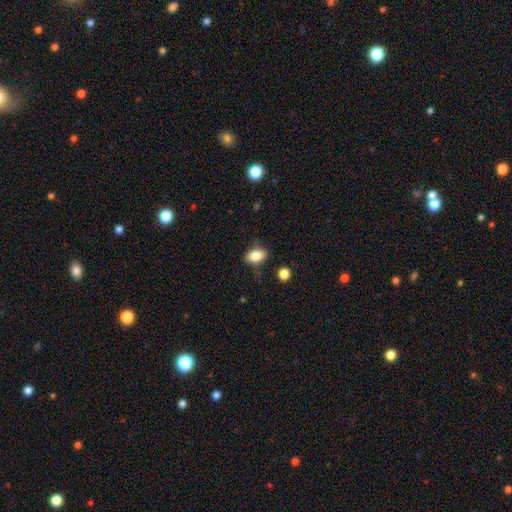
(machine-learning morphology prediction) Q: Smooth or featured?
A: smooth (81%); runner-up: featured or disk (10%)
Q: How rounded?
A: in between (85%); runner-up: round (12%)
Q: Merging?
A: none (76%); runner-up: minor disturbance (17%)